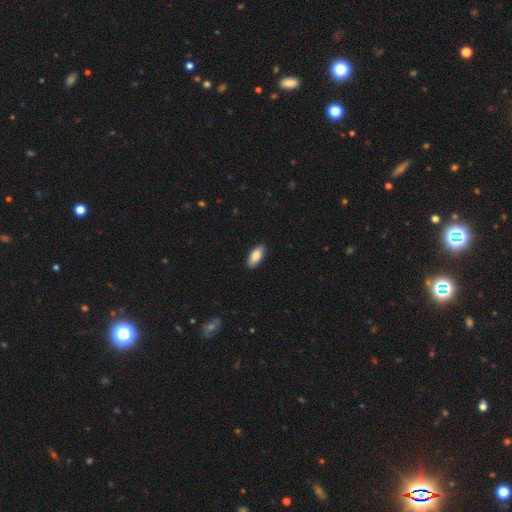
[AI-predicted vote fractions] Overall: smooth (86%). How rounded: in between (88%). Merging: none (89%).